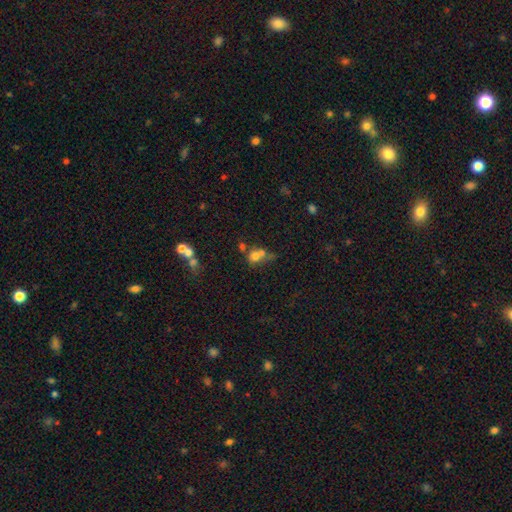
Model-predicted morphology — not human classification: Smooth or featured?
  - smooth: 66% *
  - featured or disk: 19%
  - star or artifact: 15%
How rounded?
  - round: 59% *
  - in between: 39%
  - cigar-shaped: 2%
Merging?
  - merger: 52% *
  - none: 27%
  - minor disturbance: 11%
  - major disturbance: 10%